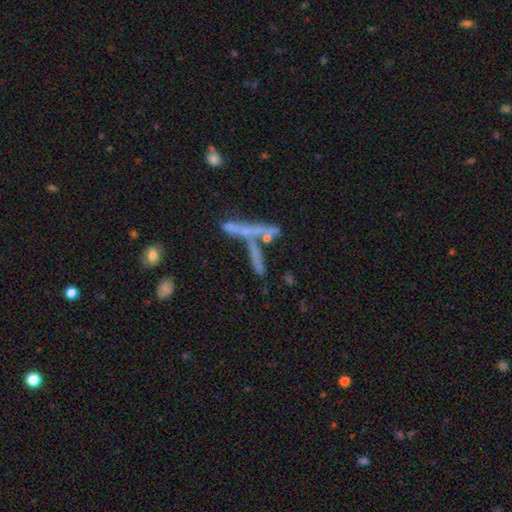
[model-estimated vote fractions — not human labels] smooth_or_featured: featured or disk (p=0.44) [alt: smooth p=0.39]
merging: none (p=0.40) [alt: merger p=0.38]